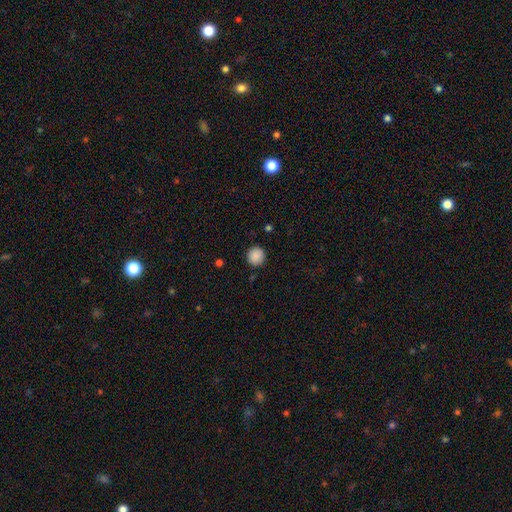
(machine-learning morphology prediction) Q: Smooth or featured?
A: smooth (89%); runner-up: star or artifact (9%)
Q: How rounded?
A: round (94%); runner-up: in between (5%)
Q: Merging?
A: none (90%); runner-up: minor disturbance (7%)